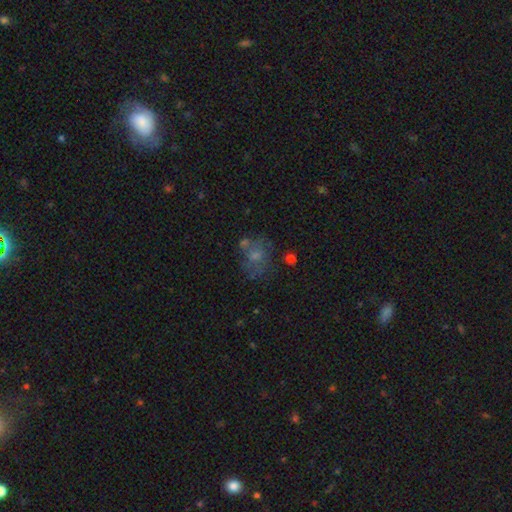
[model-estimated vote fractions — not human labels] This appears to be a smooth galaxy with no disk features (54%) that is round (57%). Merging: none (48%).